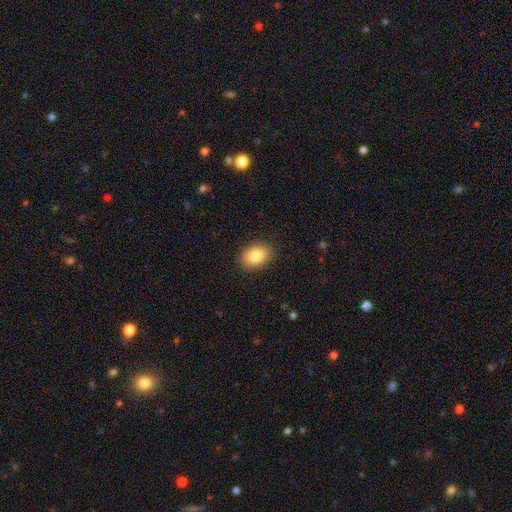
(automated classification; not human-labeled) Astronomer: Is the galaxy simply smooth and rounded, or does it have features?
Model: smooth — 87%.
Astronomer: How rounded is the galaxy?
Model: in between — 79%.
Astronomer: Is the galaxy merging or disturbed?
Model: none — 88%.